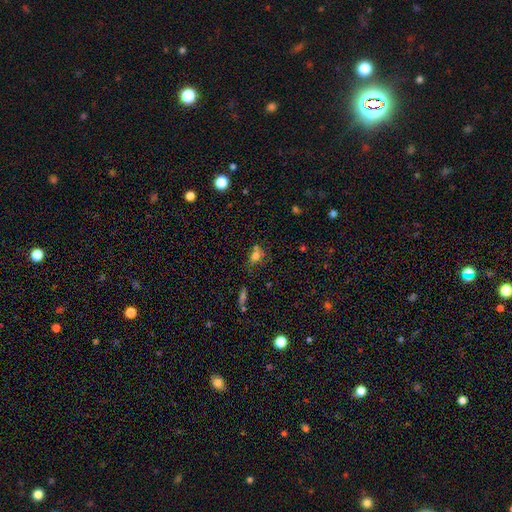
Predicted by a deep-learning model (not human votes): Smooth or featured: smooth — 70% (star or artifact — 18%)
How rounded: in between — 50% (round — 47%)
Merging: none — 47% (merger — 26%)